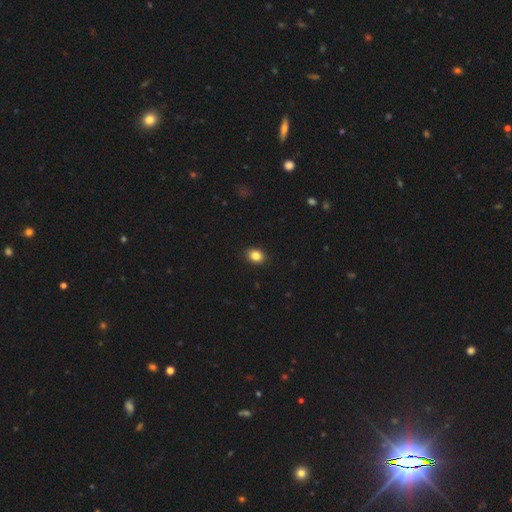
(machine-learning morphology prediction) Smooth or featured? smooth (85%)
How rounded? in between (56%)
Merging? none (90%)